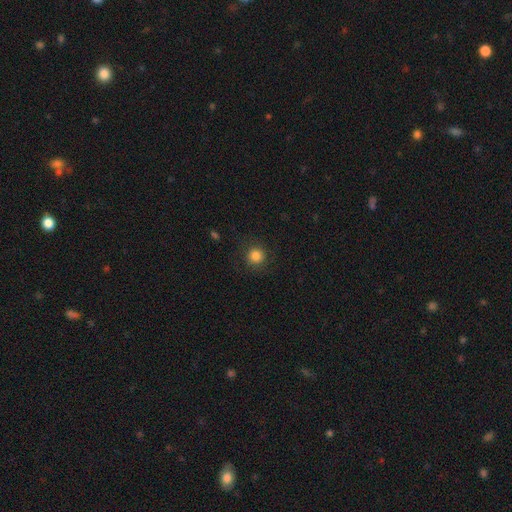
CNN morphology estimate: Overall: smooth (84%). How rounded: round (94%). Merging: none (86%).